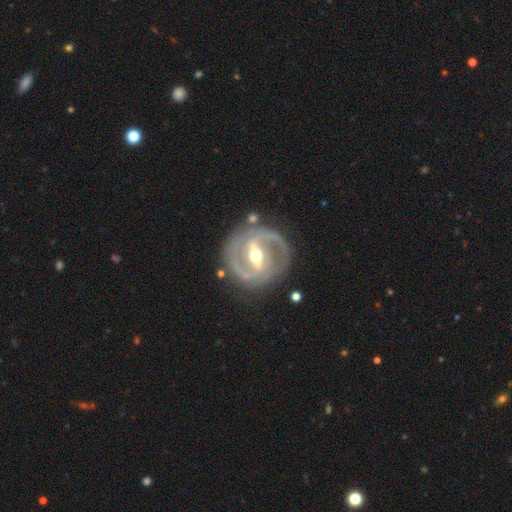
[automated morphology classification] A featured or disk galaxy (89%) with a strong bar (64%), 2 (84%) tight (49%) spiral arms (93%) and a moderate central bulge (68%). Merging: none (79%).